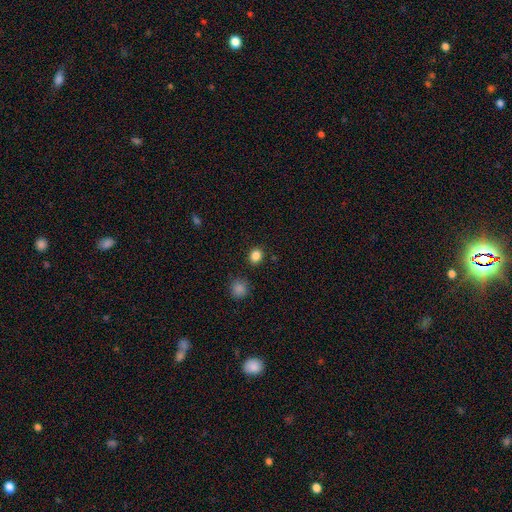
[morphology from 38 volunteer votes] A smooth galaxy with no disk features (92%) that is round (57%). Merging: none (91%).